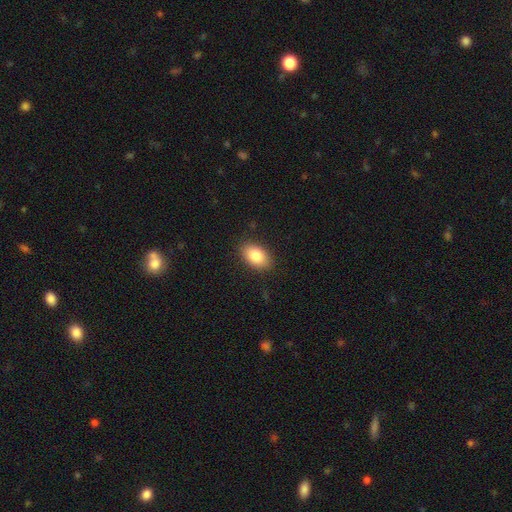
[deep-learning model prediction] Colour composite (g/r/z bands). It shows a smooth galaxy with no disk features (85%) that is in between round and cigar-shaped (90%). Merging: none (87%).